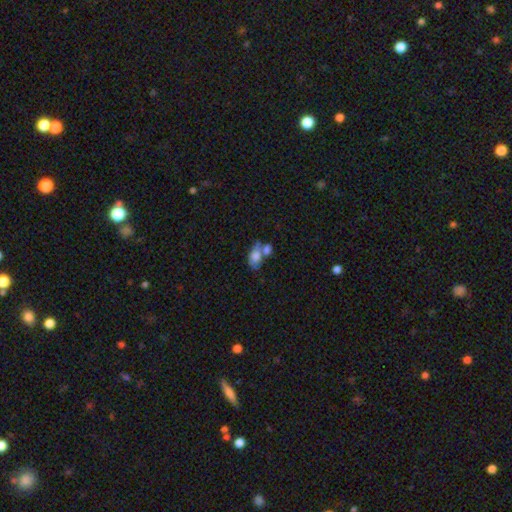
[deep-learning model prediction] This appears to be a smooth galaxy with no disk features (74%) that is in between round and cigar-shaped (87%). Merging: merger (52%).